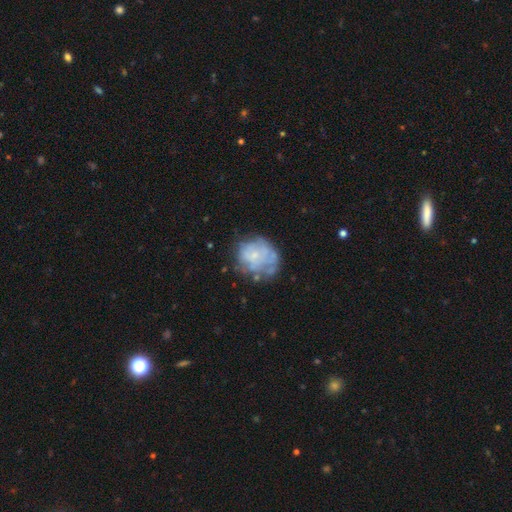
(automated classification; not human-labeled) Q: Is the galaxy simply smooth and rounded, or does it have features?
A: featured or disk — 51%.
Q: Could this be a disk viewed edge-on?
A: no — 98%.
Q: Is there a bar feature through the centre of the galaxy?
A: no — 88%.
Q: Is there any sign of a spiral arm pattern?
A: no — 75%.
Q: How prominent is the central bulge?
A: small — 55%.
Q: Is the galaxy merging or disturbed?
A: none — 49%.